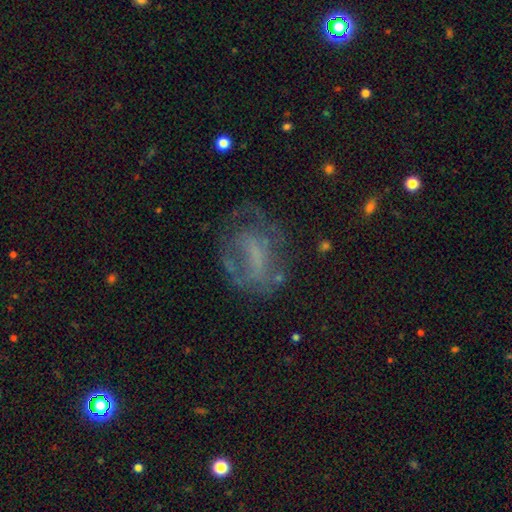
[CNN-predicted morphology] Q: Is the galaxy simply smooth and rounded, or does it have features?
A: featured or disk — 57%.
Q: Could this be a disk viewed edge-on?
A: no — 95%.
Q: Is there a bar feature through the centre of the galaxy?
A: no — 50%.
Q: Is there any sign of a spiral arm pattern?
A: yes — 50%, tied with no.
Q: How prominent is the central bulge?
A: none — 57%.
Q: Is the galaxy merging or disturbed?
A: none — 51%.